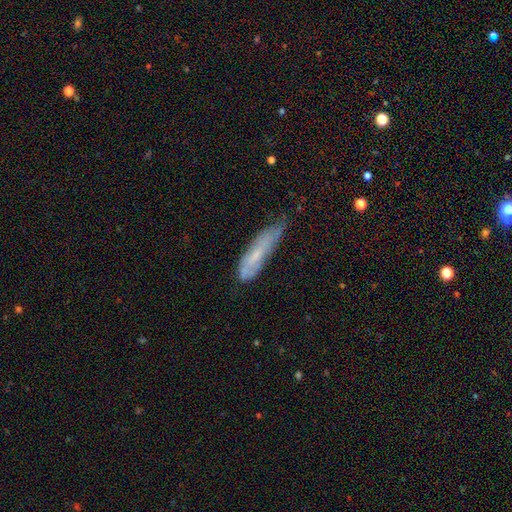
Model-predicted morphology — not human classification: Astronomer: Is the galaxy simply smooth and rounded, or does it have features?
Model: smooth — 54% (runner-up: featured or disk, 37%).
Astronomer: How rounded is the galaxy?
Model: cigar-shaped — 71%.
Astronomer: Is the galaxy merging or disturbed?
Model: none — 47% (runner-up: minor disturbance, 38%).